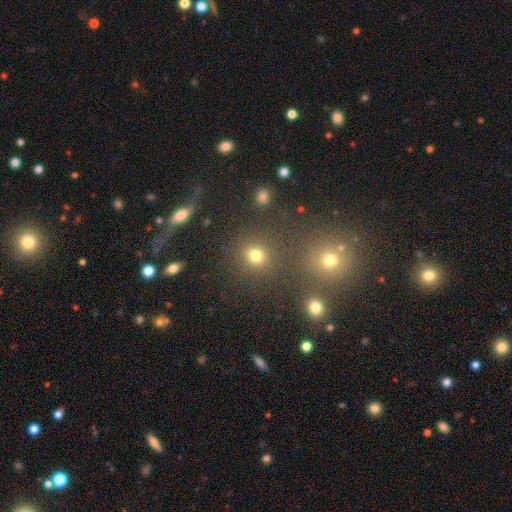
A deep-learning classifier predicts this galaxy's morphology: This appears to be a smooth galaxy with no disk features (74%) that is round (87%). Merging: none (80%).